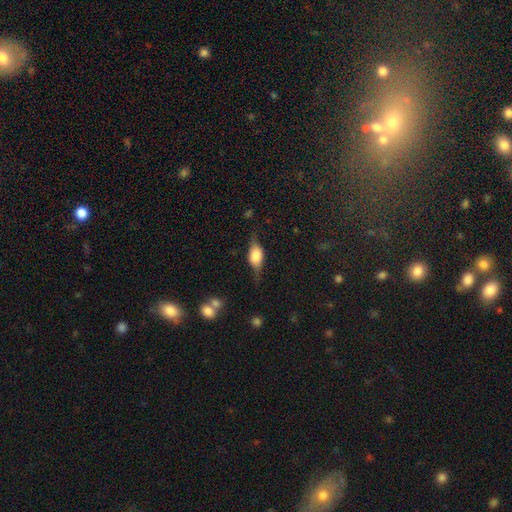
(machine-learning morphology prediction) This is possibly a featured or disk galaxy (48%). Merging: likely none (64%).